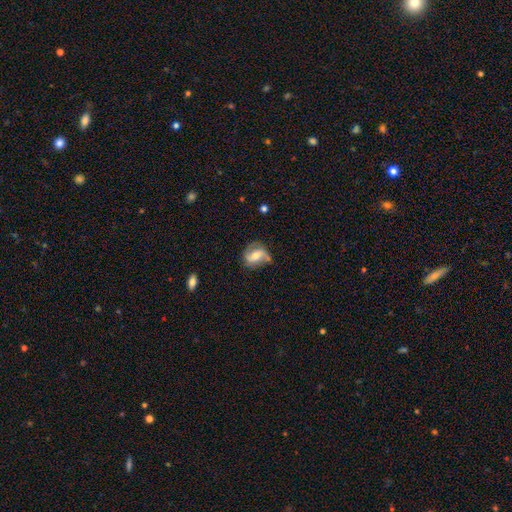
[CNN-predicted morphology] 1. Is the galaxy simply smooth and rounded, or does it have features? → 67% featured or disk, 26% smooth, 7% star or artifact.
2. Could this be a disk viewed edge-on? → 96% no, 4% yes.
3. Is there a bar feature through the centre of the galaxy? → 39% weak, 37% no, 24% strong.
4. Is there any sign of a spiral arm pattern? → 88% yes, 12% no.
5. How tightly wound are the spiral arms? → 51% loose, 34% medium, 15% tight.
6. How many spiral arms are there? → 80% 2, 9% 1, 7% can't tell, 2% 3, 1% 4, 1% more than 4.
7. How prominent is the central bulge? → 58% moderate, 33% small, 5% large, 3% none, 1% dominant.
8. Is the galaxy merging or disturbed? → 58% none, 27% minor disturbance, 12% major disturbance, 3% merger.